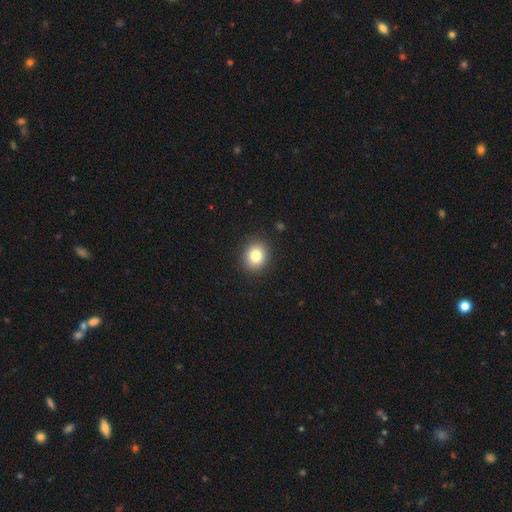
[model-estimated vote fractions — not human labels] This appears to be a smooth galaxy with no disk features (82%) that is round (74%). Merging: none (91%).